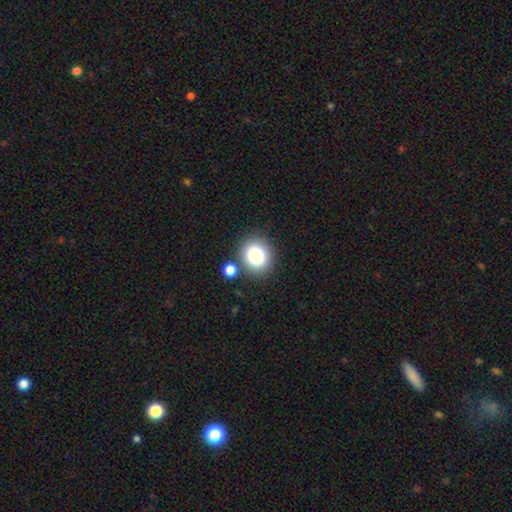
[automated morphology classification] Smooth or featured? Predicted: smooth (p=0.83). How rounded? Predicted: round (p=0.70). Merging? Predicted: none (p=0.79).